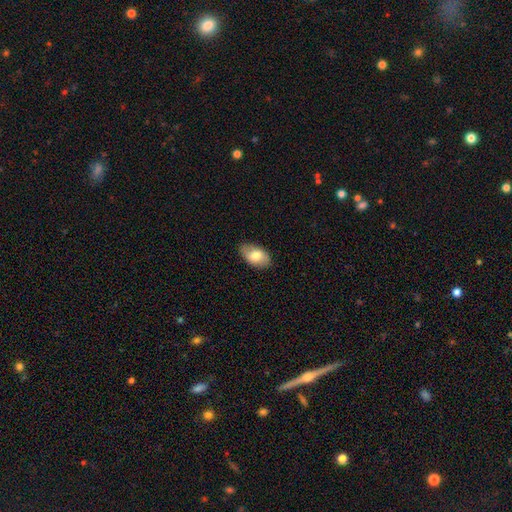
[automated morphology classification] A smooth galaxy with no disk features (70%) that is in between round and cigar-shaped (93%).

Vote fractions:
- Smooth or featured? smooth: 70% / featured or disk: 24% / star or artifact: 6%
- How rounded? in between: 93% / round: 6% / cigar-shaped: 2%
- Merging? none: 83% / minor disturbance: 13% / major disturbance: 3% / merger: 1%